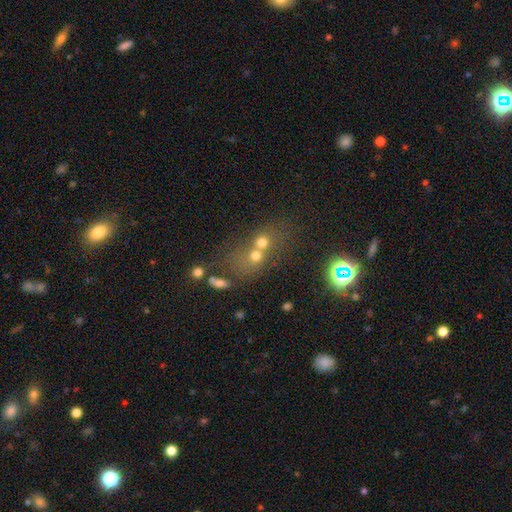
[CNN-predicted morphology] smooth-or-featured: smooth: 63% | star or artifact: 18% | featured or disk: 18%
  how-rounded: round: 69% | in between: 29% | cigar-shaped: 3%
  merging: merger: 60% | none: 27% | minor disturbance: 7% | major disturbance: 6%